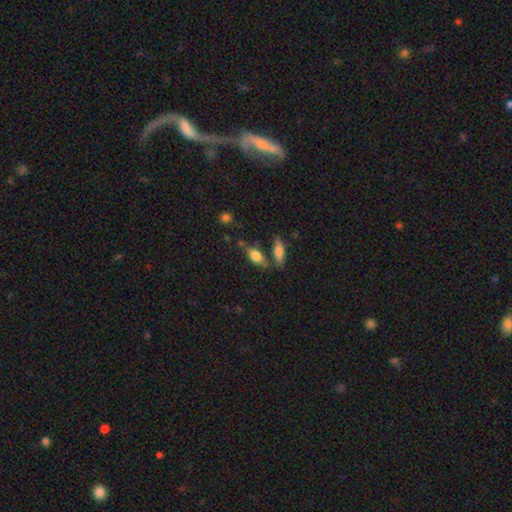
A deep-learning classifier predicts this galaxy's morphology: Overall: smooth (67%). How rounded: in between (67%; cigar-shaped 28%). Merging: none (62%).